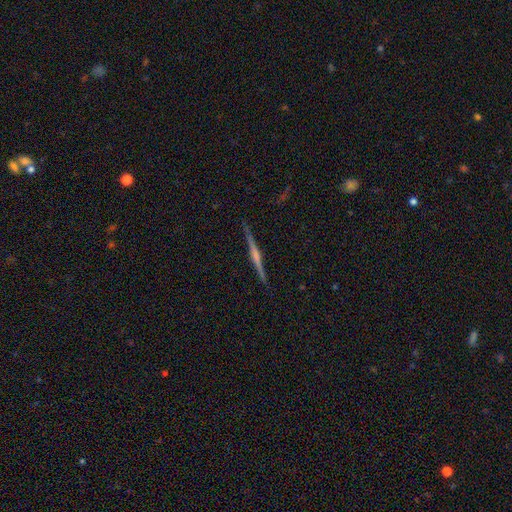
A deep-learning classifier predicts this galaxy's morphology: smooth-or-featured: featured or disk: 74% | smooth: 20% | star or artifact: 6%
  disk-edge-on: yes: 98% | no: 2%
    edge-on-bulge: rounded: 50% | none: 30% | boxy: 20%
  merging: none: 90% | minor disturbance: 7% | major disturbance: 1% | merger: 1%